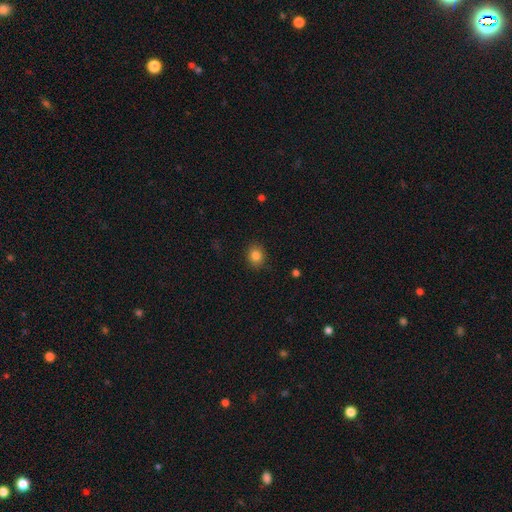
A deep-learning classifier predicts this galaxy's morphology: Smooth or featured: smooth — 84% (star or artifact — 11%)
How rounded: round — 63% (in between — 37%)
Merging: none — 87% (minor disturbance — 10%)